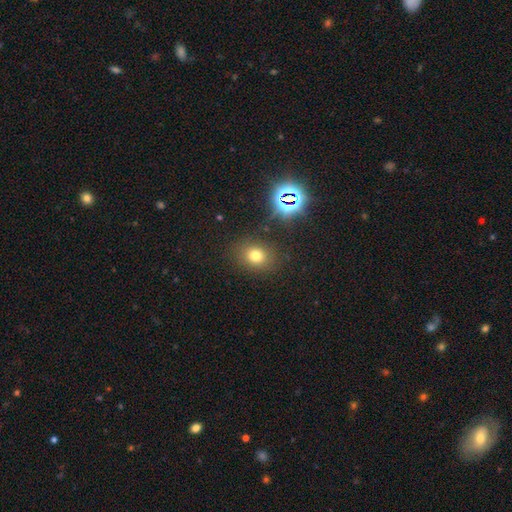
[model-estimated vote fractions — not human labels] Overall: smooth (70%). How rounded: round (63%; in between 36%). Merging: none (84%).